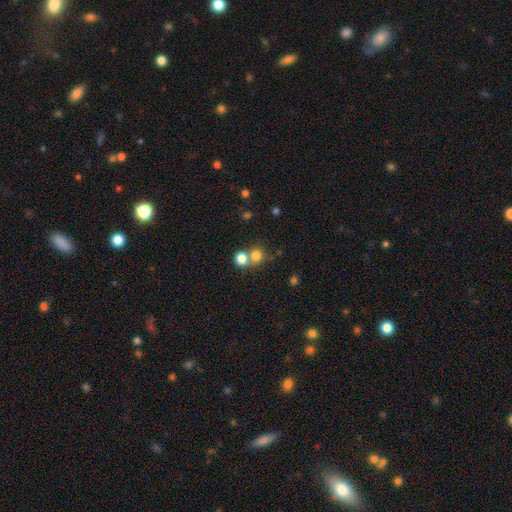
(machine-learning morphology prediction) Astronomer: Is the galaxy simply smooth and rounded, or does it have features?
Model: smooth — 78%.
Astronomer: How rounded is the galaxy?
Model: round — 84%.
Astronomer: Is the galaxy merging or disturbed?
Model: none — 46% (runner-up: merger, 45%).